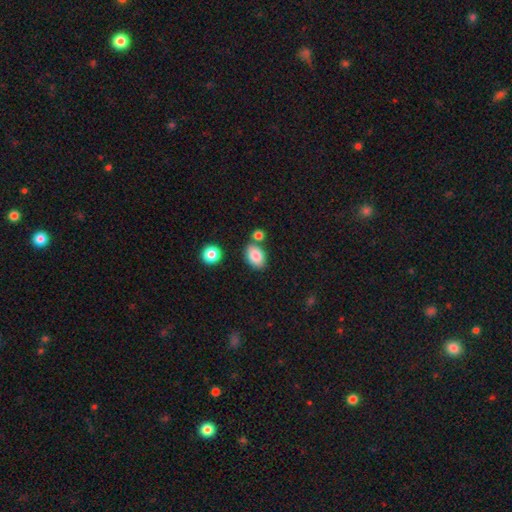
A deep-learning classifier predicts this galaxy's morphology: Smooth or featured? smooth (85%)
How rounded? in between (86%)
Merging? none (72%)